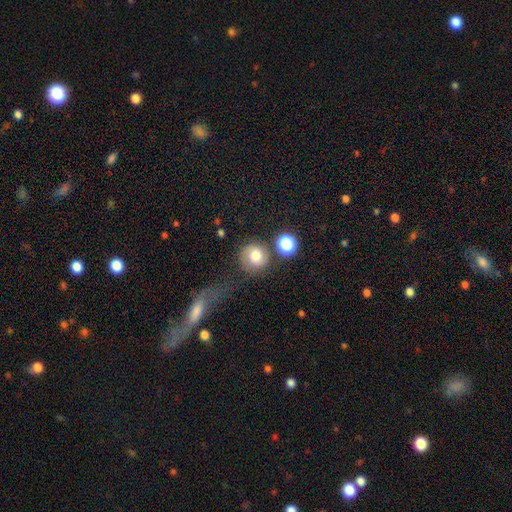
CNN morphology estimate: The model was most divided on "merging": none: 57%, minor disturbance: 18%, major disturbance: 15%, merger: 10%. More confident: how rounded — round (88%); smooth or featured — smooth (64%).